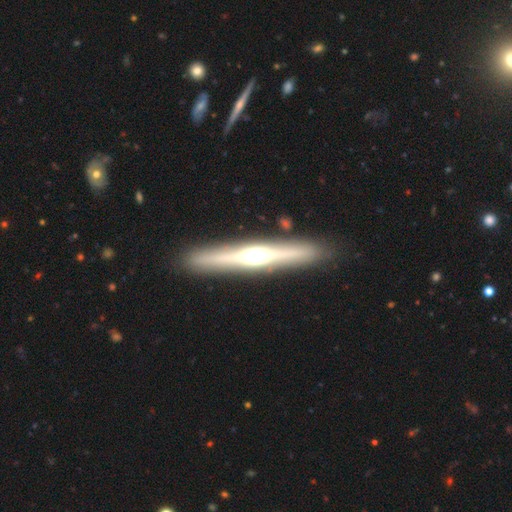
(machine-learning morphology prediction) This is likely a featured or disk galaxy (71%). It is clearly viewed edge-on (96%). Edge-on bulge: clearly rounded (92%). Merging: clearly none (89%).